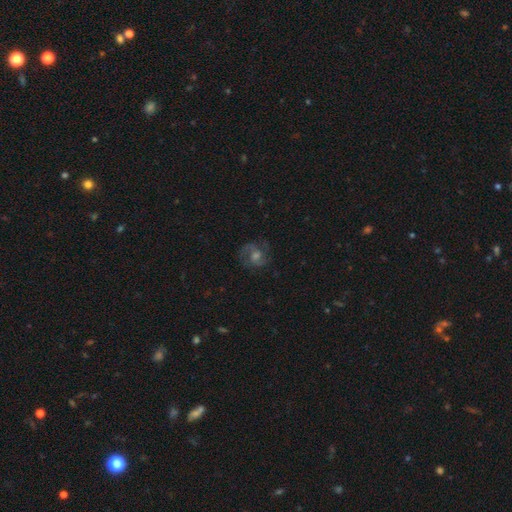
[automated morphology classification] type=featured or disk (73%); edge-on=no (98%); bar=no (52%); spiral arms=yes (94%); winding=medium (52%); arm count=2 (68%); bulge=moderate (53%); merging=none (78%).